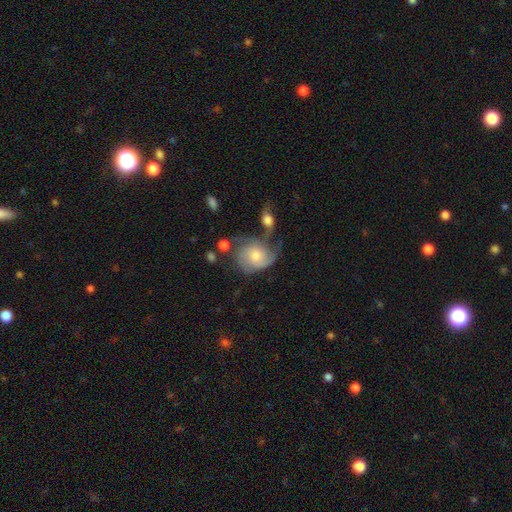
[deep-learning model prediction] Smooth or featured? Predicted: featured or disk (p=0.71). Edge-on disk? Predicted: no (p=0.98). Bar? Predicted: no (p=0.75). Spiral arms? Predicted: yes (p=0.91). Spiral winding? Predicted: tight (p=0.42). Spiral arm count? Predicted: 2 (p=0.32). Bulge size? Predicted: moderate (p=0.63). Merging? Predicted: none (p=0.38).